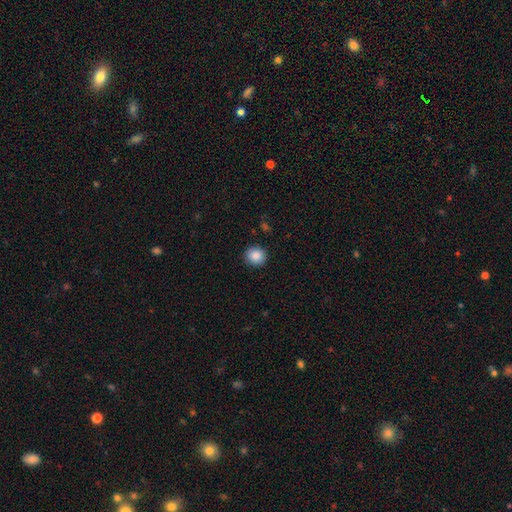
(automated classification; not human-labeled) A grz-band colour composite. It shows a smooth galaxy with no disk features (88%) that is round (89%). Merging: none (91%).